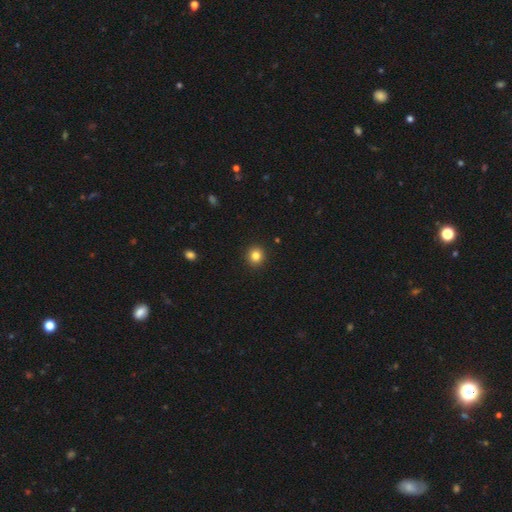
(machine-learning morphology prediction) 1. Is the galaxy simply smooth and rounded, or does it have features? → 83% smooth, 11% star or artifact, 5% featured or disk.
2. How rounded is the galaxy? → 91% round, 8% in between, 1% cigar-shaped.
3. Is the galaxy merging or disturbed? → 93% none, 5% minor disturbance, 2% major disturbance, 1% merger.